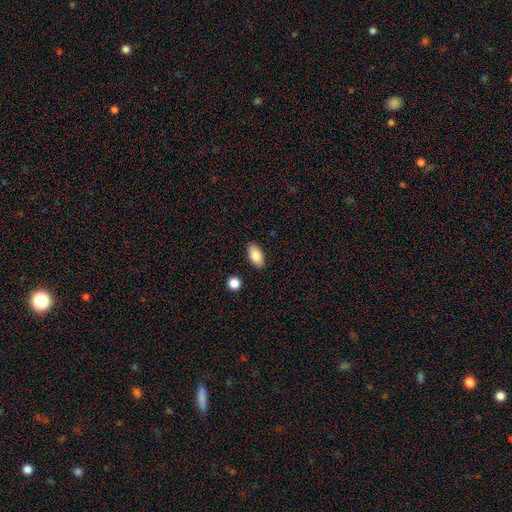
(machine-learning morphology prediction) Smooth or featured? smooth (86%)
How rounded? in between (92%)
Merging? none (87%)